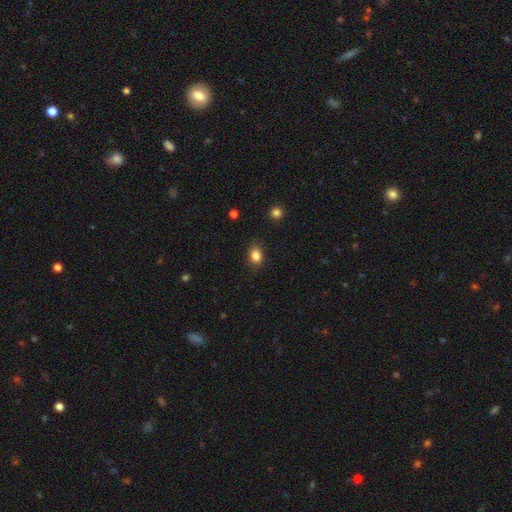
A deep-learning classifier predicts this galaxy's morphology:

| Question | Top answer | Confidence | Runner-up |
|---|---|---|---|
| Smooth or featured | smooth | 84% | star or artifact (10%) |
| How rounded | in between | 64% | round (34%) |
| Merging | none | 82% | minor disturbance (14%) |